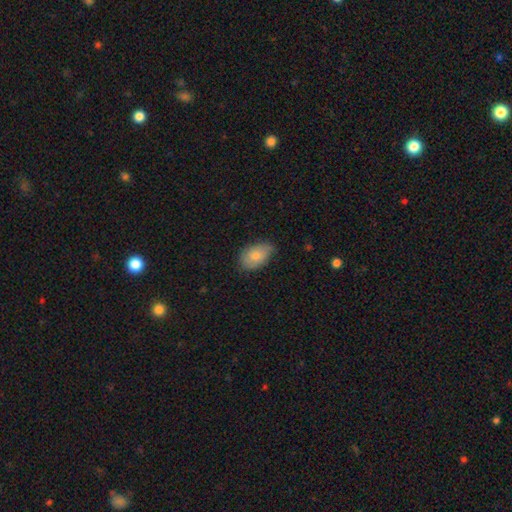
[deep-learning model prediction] Smooth or featured? smooth (76%)
How rounded? in between (89%)
Merging? none (67%)